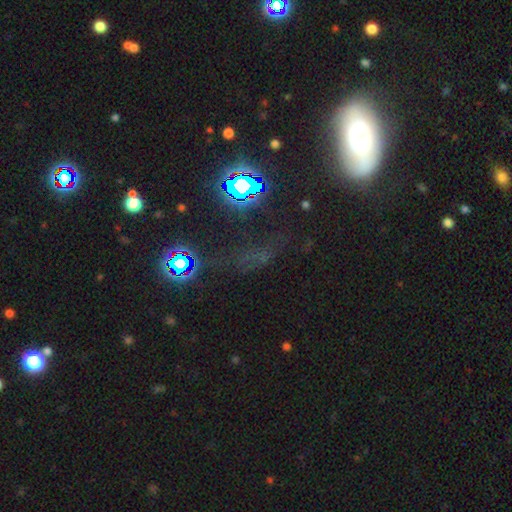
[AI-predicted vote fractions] Smooth or featured? Predicted: star or artifact (p=0.52).